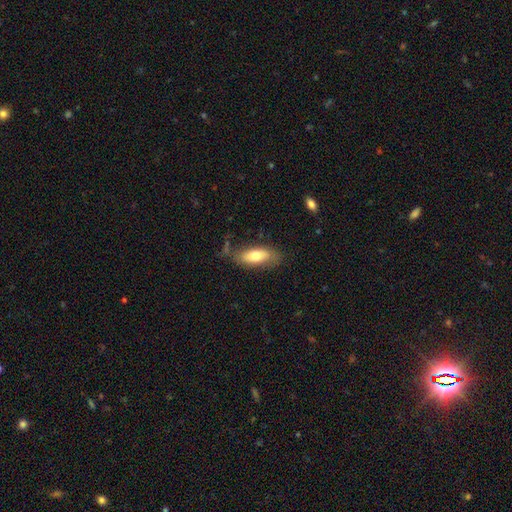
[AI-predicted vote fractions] A smooth galaxy with no disk features (70%) that is in between round and cigar-shaped (79%). Merging: none (69%).